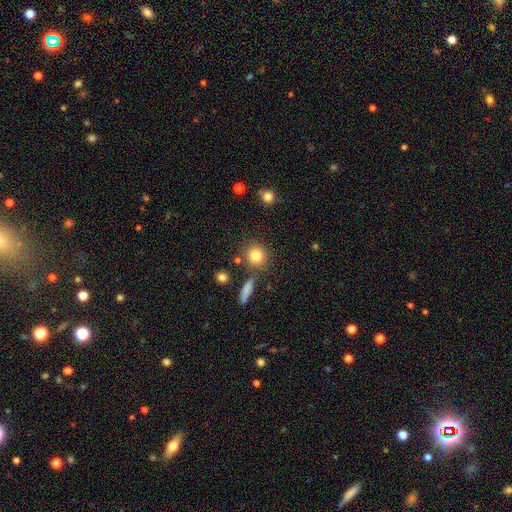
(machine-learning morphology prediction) A smooth galaxy with no disk features (83%) that is round (86%). Merging: none (78%).